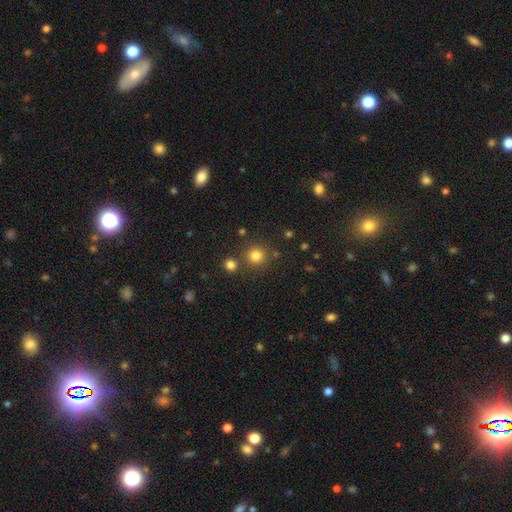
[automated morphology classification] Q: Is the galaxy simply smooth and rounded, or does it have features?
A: smooth — 80%.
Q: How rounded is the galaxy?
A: round — 94%.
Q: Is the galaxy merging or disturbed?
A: none — 81%.